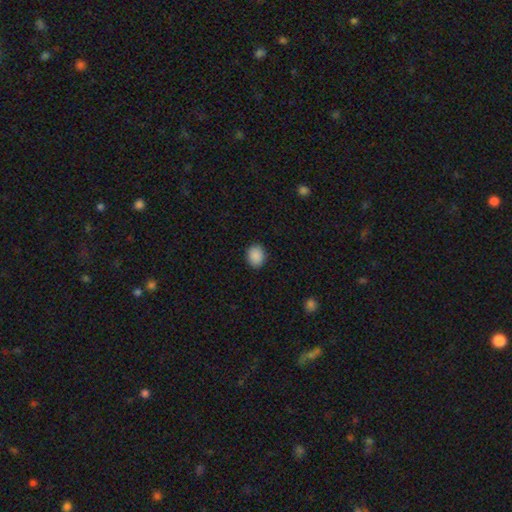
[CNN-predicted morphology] smooth-or-featured: smooth: 89% | star or artifact: 8% | featured or disk: 3%
  how-rounded: round: 60% | in between: 39% | cigar-shaped: 1%
  merging: none: 89% | minor disturbance: 7% | major disturbance: 2% | merger: 1%